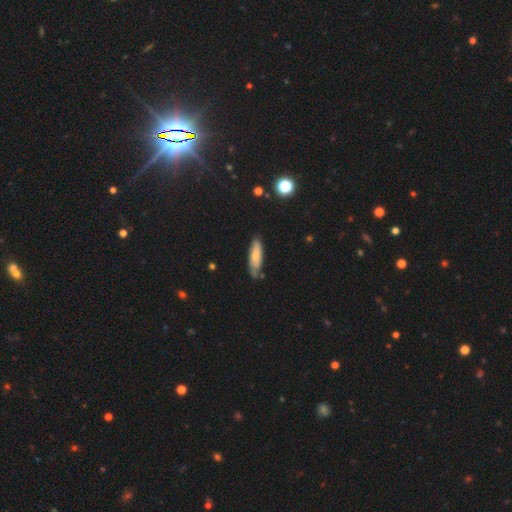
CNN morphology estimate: Smooth or featured? smooth (72%)
How rounded? cigar-shaped (57%)
Merging? none (69%)